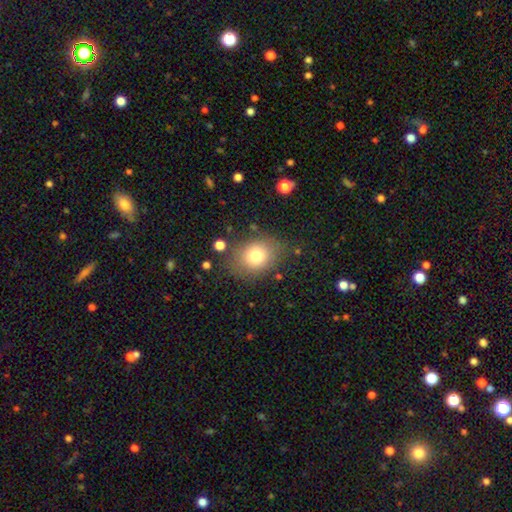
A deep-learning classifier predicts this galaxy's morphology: Q: Smooth or featured?
A: smooth (77%); runner-up: featured or disk (12%)
Q: How rounded?
A: round (50%); runner-up: in between (49%)
Q: Merging?
A: none (76%); runner-up: minor disturbance (15%)